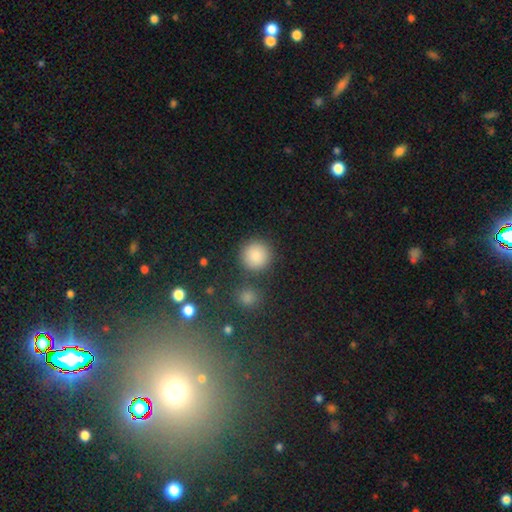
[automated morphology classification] smooth_or_featured: smooth (p=0.86) [alt: star or artifact p=0.09]
how_rounded: round (p=0.94) [alt: in between p=0.05]
merging: none (p=0.81) [alt: minor disturbance p=0.08]